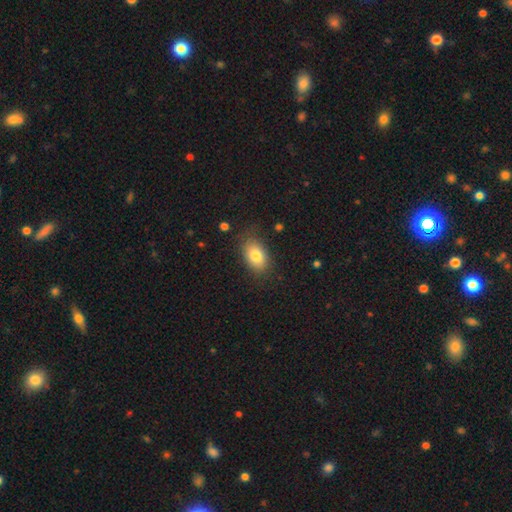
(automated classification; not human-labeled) smooth 81%, featured or disk 11%, star or artifact 8%. Down the decision tree: how rounded — in between (86%); merging — none (79%).